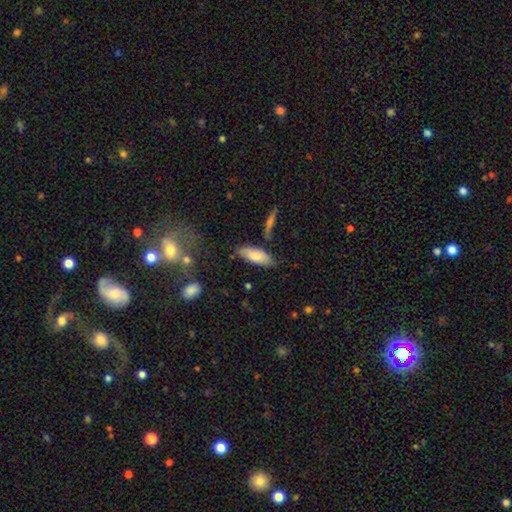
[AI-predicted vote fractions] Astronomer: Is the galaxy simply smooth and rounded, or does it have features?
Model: smooth — 78%.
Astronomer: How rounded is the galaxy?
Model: in between — 76%.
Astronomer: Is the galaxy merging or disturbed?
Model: none — 65%.